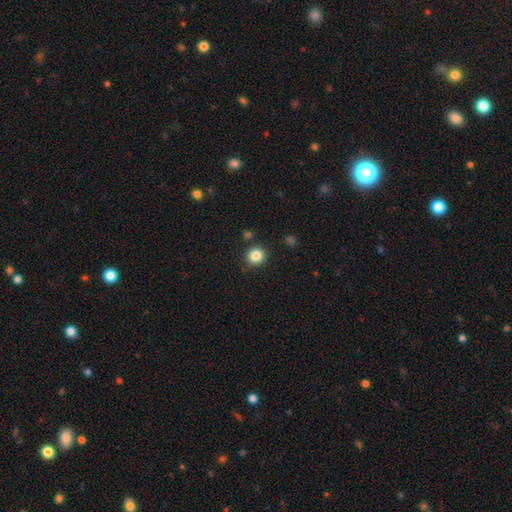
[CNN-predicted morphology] Overall: smooth (85%). How rounded: round (91%). Merging: none (89%).